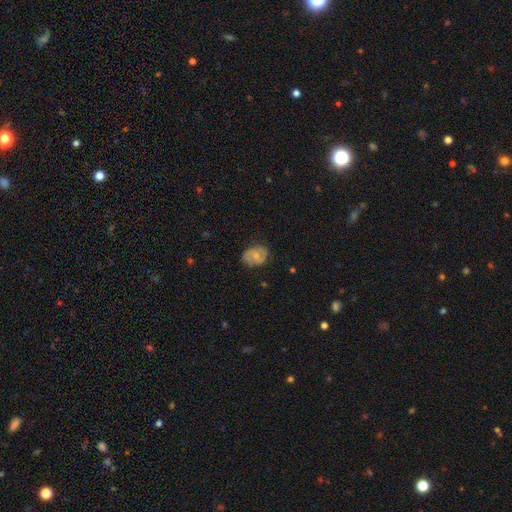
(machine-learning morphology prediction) Q: Smooth or featured?
A: featured or disk (52%); runner-up: smooth (40%)
Q: Edge-on disk?
A: no (97%); runner-up: yes (3%)
Q: Bar?
A: no (57%); runner-up: weak (36%)
Q: Spiral arms?
A: yes (80%); runner-up: no (20%)
Q: Bulge size?
A: small (49%); runner-up: moderate (39%)
Q: Merging?
A: none (70%); runner-up: minor disturbance (22%)